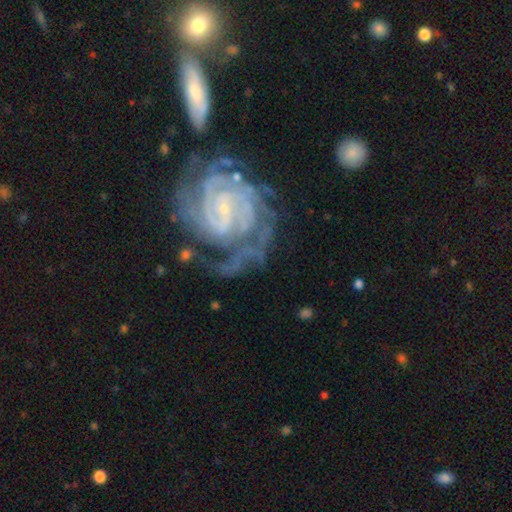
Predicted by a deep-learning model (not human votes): Smooth or featured? featured or disk (90%)
Edge-on disk? no (97%)
Bar? weak (41%)
Spiral arms? yes (98%)
Spiral winding? tight (71%)
Spiral arm count? 2 (29%)
Bulge size? small (81%)
Merging? none (55%)